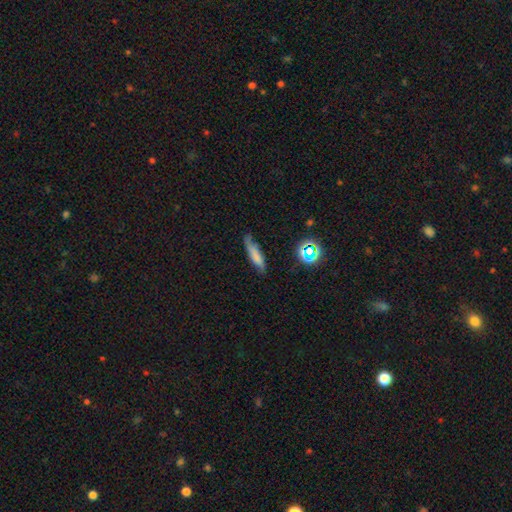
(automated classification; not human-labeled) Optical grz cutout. It shows a smooth galaxy with no disk features (68%) that is cigar-shaped (75%). Merging: none (61%).